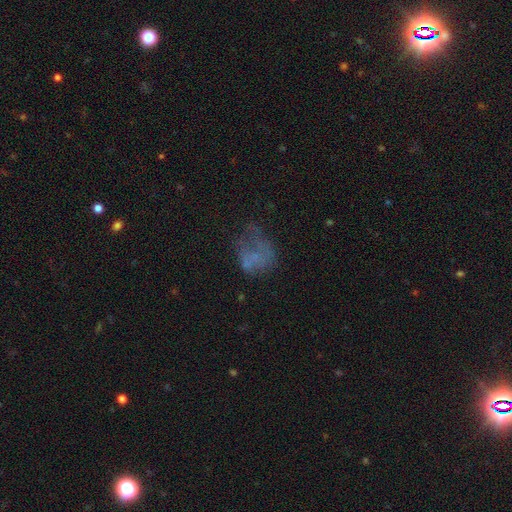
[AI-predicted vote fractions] This appears to be a smooth galaxy with no disk features (45%). Merging: major disturbance (39%).